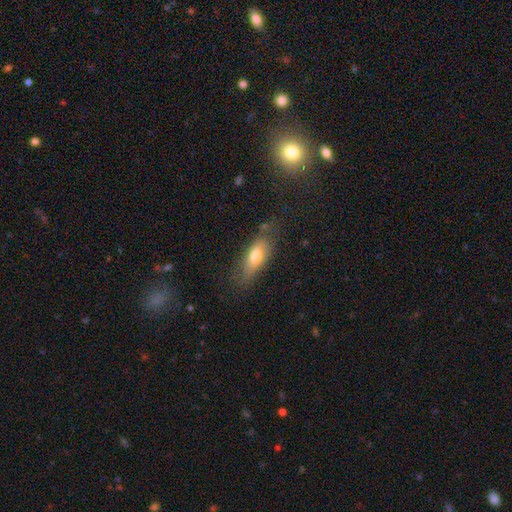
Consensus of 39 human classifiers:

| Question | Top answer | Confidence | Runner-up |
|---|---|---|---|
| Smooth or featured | smooth | 67% | featured or disk (28%) |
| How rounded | in between | 58% | cigar-shaped (38%) |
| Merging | none | 76% | minor disturbance (14%) |